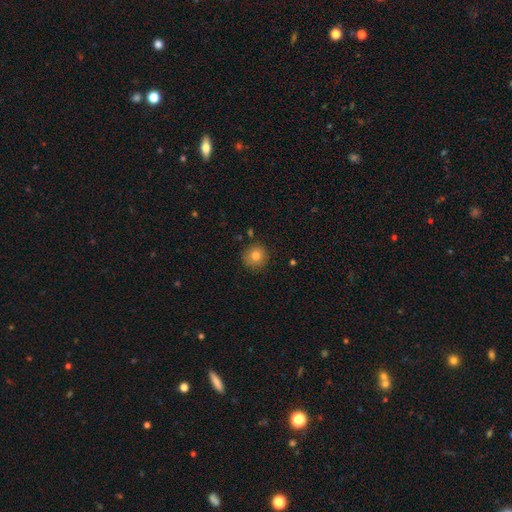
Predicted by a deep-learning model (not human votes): Smooth or featured? Predicted: smooth (p=0.81). How rounded? Predicted: round (p=0.93). Merging? Predicted: none (p=0.86).